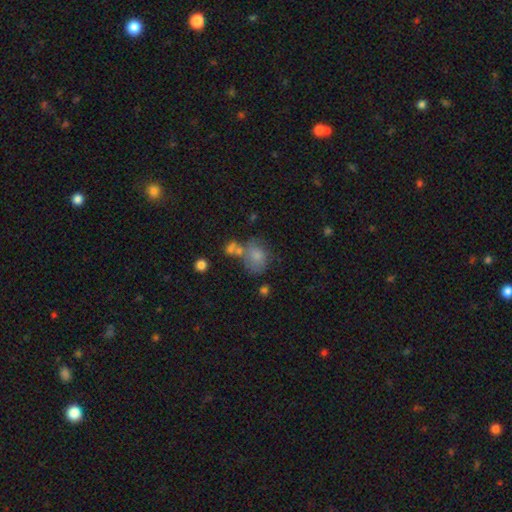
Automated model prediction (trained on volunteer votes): Smooth or featured?
  - smooth: 68% *
  - featured or disk: 21%
  - star or artifact: 11%
How rounded?
  - in between: 54% *
  - round: 45%
  - cigar-shaped: 1%
Merging?
  - none: 34% *
  - merger: 26%
  - minor disturbance: 22%
  - major disturbance: 18%